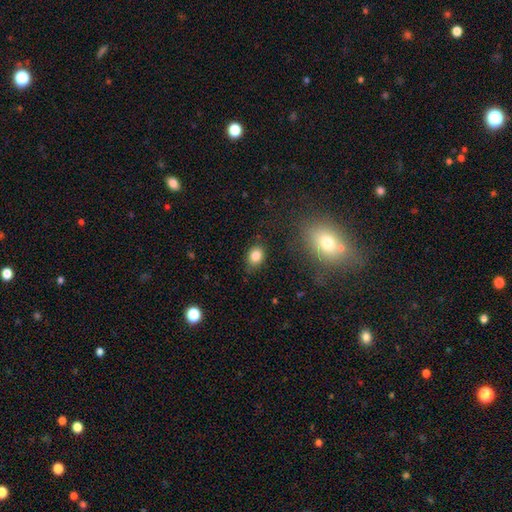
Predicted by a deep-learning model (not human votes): Overall: smooth (84%). How rounded: in between (61%; round 38%). Merging: none (79%).